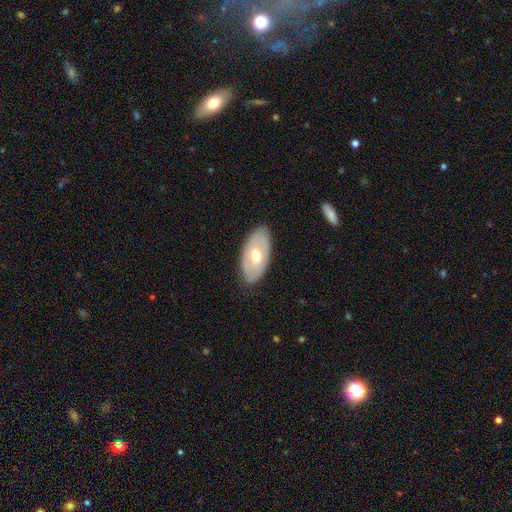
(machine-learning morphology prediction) Q: Smooth or featured?
A: featured or disk (49%); runner-up: smooth (46%)
Q: Merging?
A: none (81%); runner-up: minor disturbance (14%)